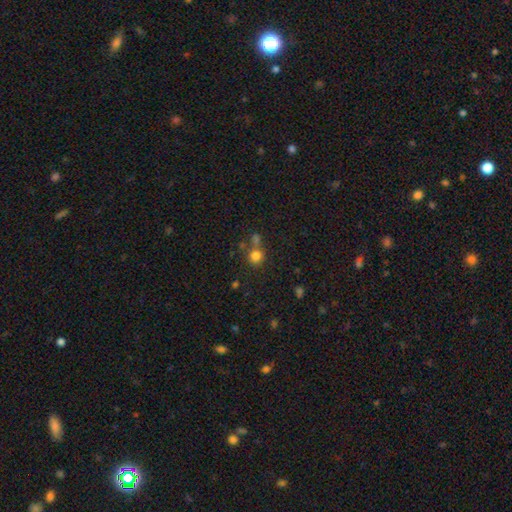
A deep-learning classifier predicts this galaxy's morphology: Smooth or featured? Predicted: smooth (p=0.79). How rounded? Predicted: round (p=0.88). Merging? Predicted: none (p=0.62).